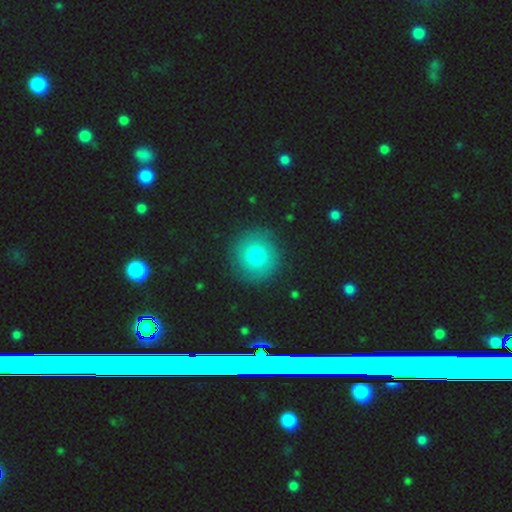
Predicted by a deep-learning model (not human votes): smooth-or-featured: smooth: 70% | featured or disk: 17% | star or artifact: 13%
  how-rounded: round: 94% | in between: 5% | cigar-shaped: 1%
  merging: none: 88% | minor disturbance: 8% | major disturbance: 3% | merger: 1%